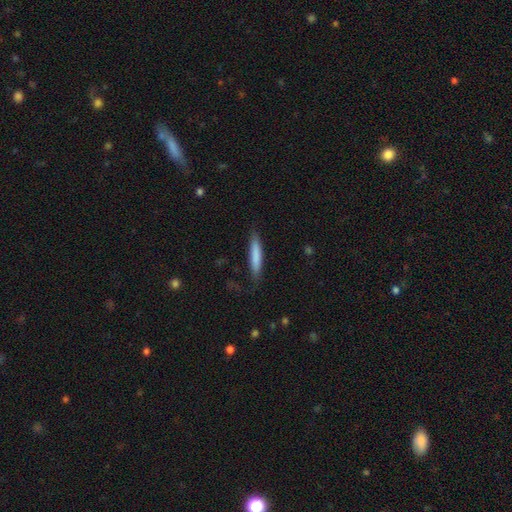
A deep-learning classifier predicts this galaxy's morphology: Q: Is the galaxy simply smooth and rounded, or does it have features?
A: smooth — 78%.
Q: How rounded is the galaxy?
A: cigar-shaped — 89%.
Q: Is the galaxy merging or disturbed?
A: none — 78%.